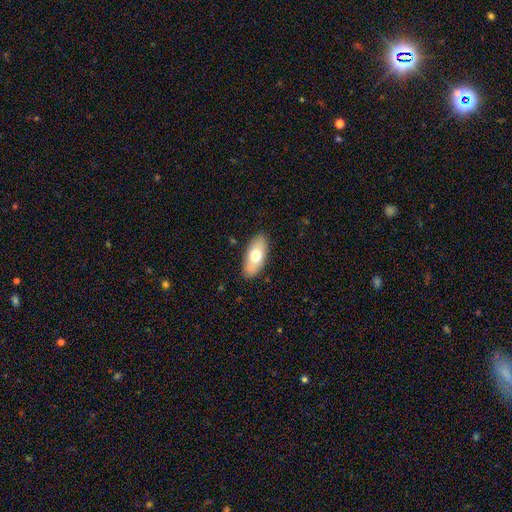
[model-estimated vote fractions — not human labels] Smooth or featured: smooth — 67% (featured or disk — 27%)
How rounded: in between — 87% (cigar-shaped — 10%)
Merging: none — 87% (minor disturbance — 9%)